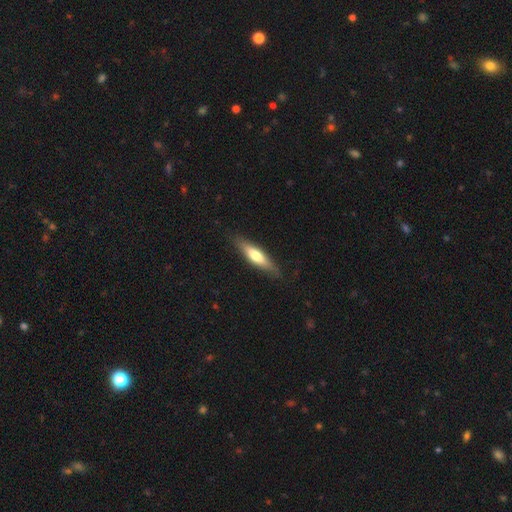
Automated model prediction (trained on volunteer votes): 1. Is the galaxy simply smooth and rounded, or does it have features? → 56% smooth, 39% featured or disk, 5% star or artifact.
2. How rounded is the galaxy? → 73% cigar-shaped, 26% in between, 2% round.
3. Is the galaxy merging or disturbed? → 84% none, 13% minor disturbance, 3% major disturbance, 1% merger.